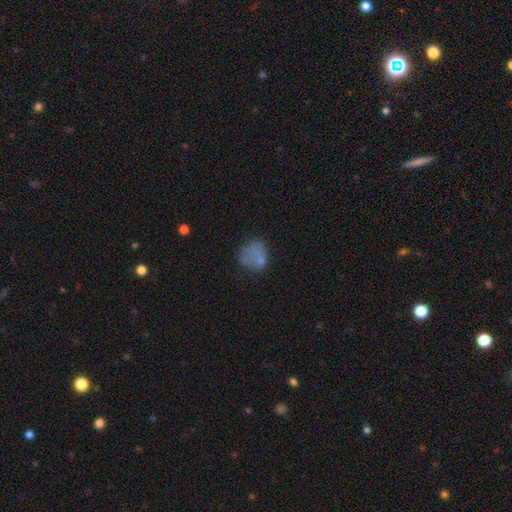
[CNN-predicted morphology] This appears to be a smooth galaxy with no disk features (67%) that is round (63%). Merging: none (44%).